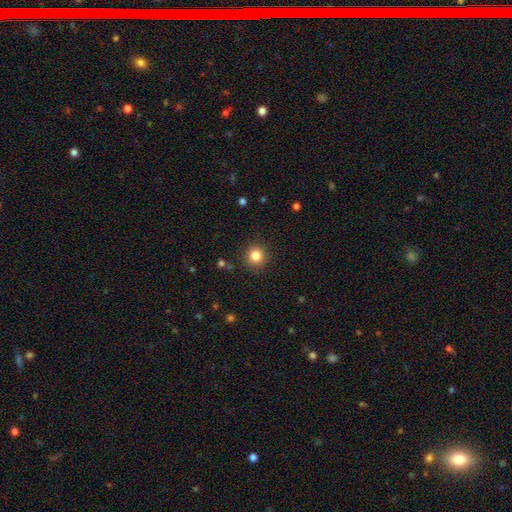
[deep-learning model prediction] Overall: smooth (83%). How rounded: round (93%). Merging: none (90%).